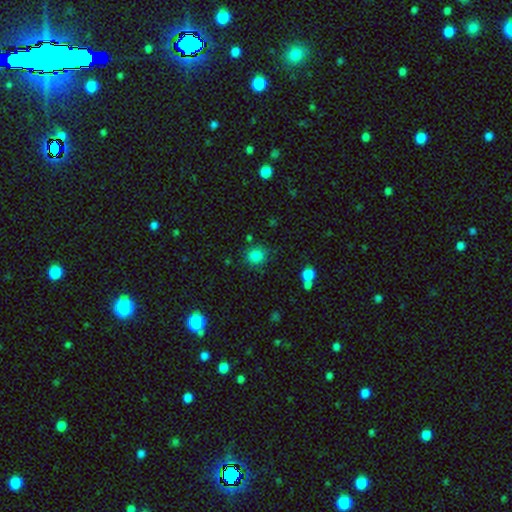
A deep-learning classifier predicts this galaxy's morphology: The model was most divided on "how rounded": round: 84%, in between: 15%, cigar-shaped: 1%. More confident: smooth or featured — smooth (84%); merging — none (82%).